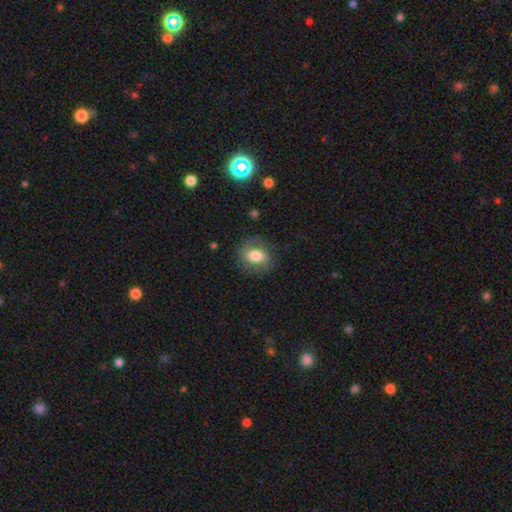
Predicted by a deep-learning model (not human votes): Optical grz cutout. It shows a smooth galaxy with no disk features (69%) that is in between round and cigar-shaped (52%). Merging: none (75%).